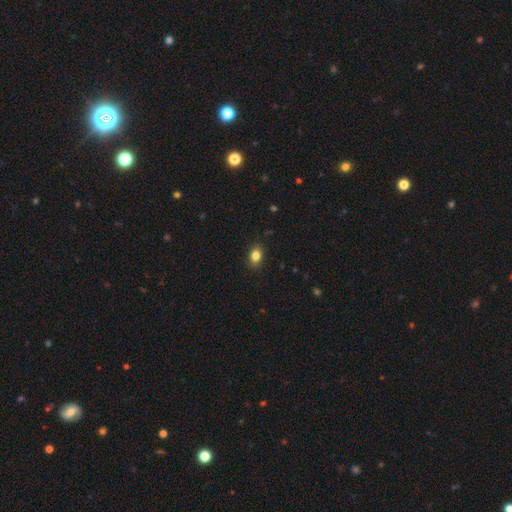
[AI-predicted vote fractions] This is clearly a smooth galaxy (84%). How rounded: likely in between (71%). Merging: clearly none (87%).